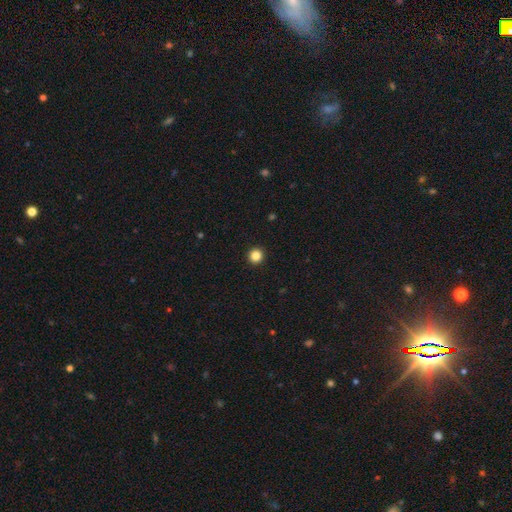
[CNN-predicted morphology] A smooth galaxy with no disk features (84%) that is round (95%).

Vote fractions:
- Smooth or featured? smooth: 84% / star or artifact: 12% / featured or disk: 4%
- How rounded? round: 95% / in between: 4% / cigar-shaped: 1%
- Merging? none: 94% / minor disturbance: 4% / major disturbance: 1% / merger: 1%